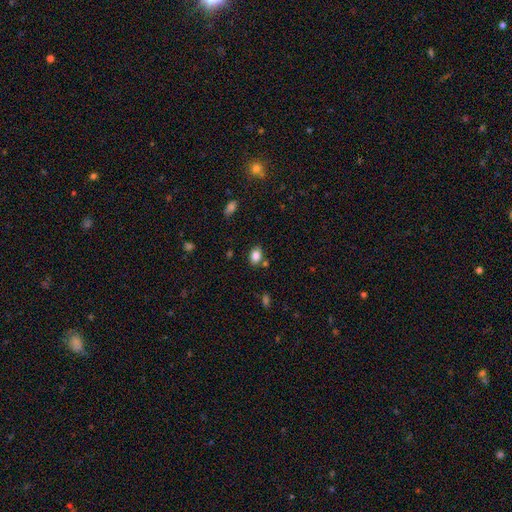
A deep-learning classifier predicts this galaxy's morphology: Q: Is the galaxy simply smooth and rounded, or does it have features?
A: smooth — 84%.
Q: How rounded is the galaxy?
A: in between — 78%.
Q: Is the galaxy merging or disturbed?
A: none — 78%.